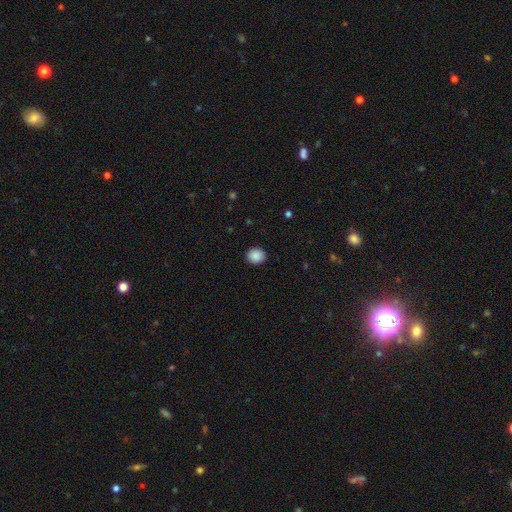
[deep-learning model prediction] This is clearly a smooth galaxy (89%). How rounded: likely round (76%). Merging: clearly none (91%).